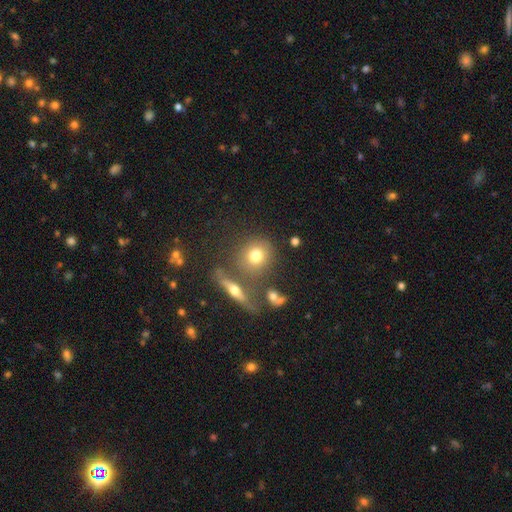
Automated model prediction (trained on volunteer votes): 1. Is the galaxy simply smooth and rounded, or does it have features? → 71% smooth, 16% featured or disk, 12% star or artifact.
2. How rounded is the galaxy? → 79% round, 18% in between, 3% cigar-shaped.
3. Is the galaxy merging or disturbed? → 67% none, 16% merger, 11% minor disturbance, 5% major disturbance.